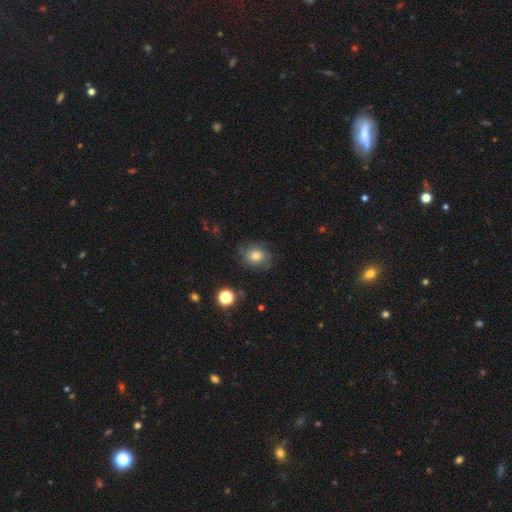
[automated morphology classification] Overall: smooth (68%). How rounded: round (66%; in between 33%). Merging: none (72%).